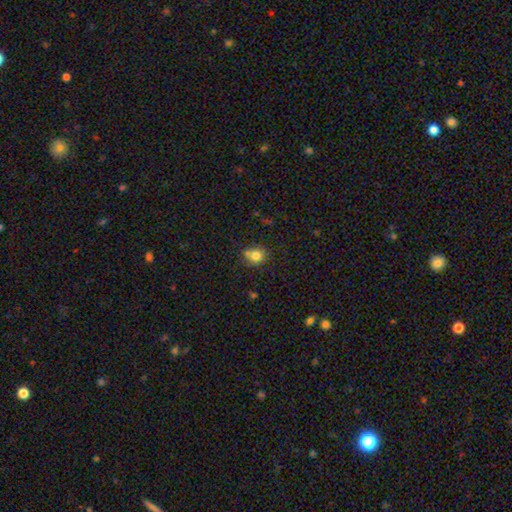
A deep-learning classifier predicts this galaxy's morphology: smooth_or_featured: smooth (p=0.78) [alt: star or artifact p=0.12]
how_rounded: round (p=0.75) [alt: in between p=0.24]
merging: none (p=0.64) [alt: minor disturbance p=0.18]